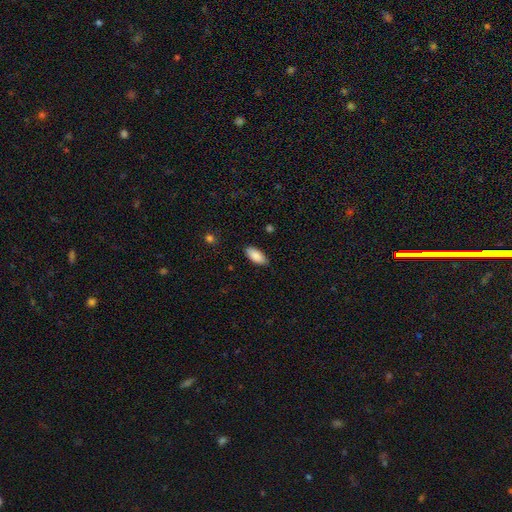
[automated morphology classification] This appears to be a smooth galaxy with no disk features (88%) that is in between round and cigar-shaped (90%). Merging: none (86%).